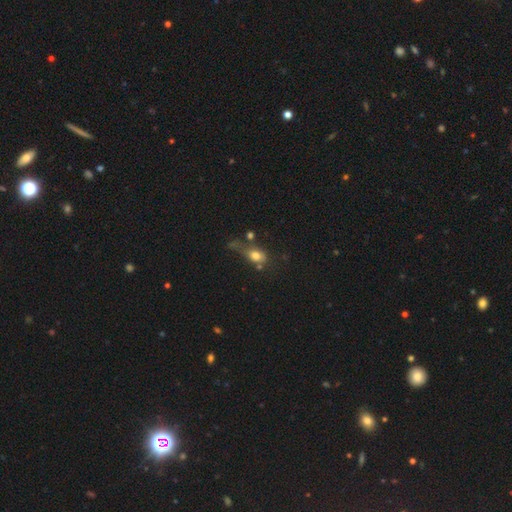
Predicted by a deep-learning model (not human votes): This is likely a smooth galaxy (75%). How rounded: likely in between (69%). Merging: marginally none (31%).